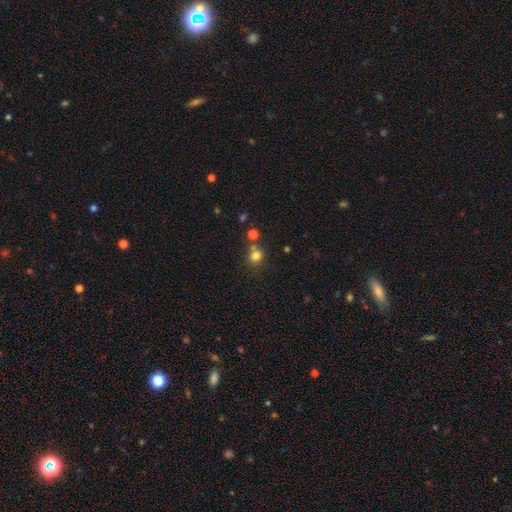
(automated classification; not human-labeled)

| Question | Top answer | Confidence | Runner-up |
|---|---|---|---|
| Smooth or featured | smooth | 77% | star or artifact (15%) |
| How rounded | round | 82% | in between (17%) |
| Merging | none | 62% | merger (25%) |